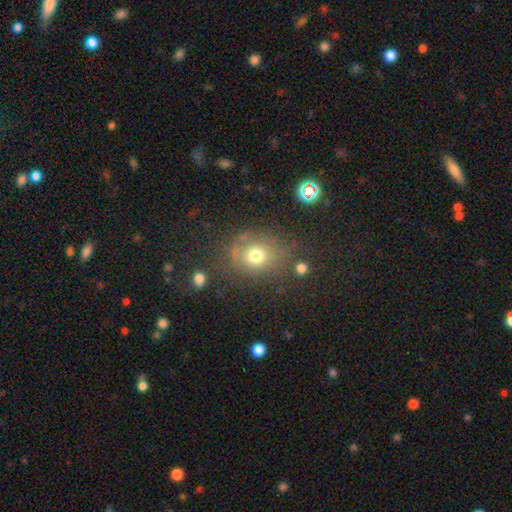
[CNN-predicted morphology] The model was most divided on "how rounded": round: 71%, in between: 28%, cigar-shaped: 1%. More confident: smooth or featured — smooth (68%); merging — none (67%).